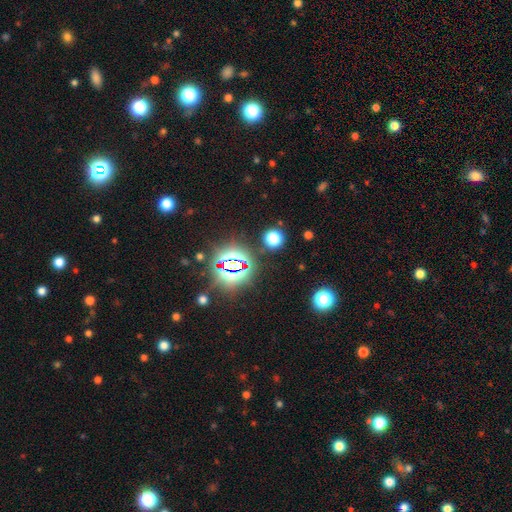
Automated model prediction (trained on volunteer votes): smooth-or-featured: star or artifact: 78% | smooth: 16% | featured or disk: 7%